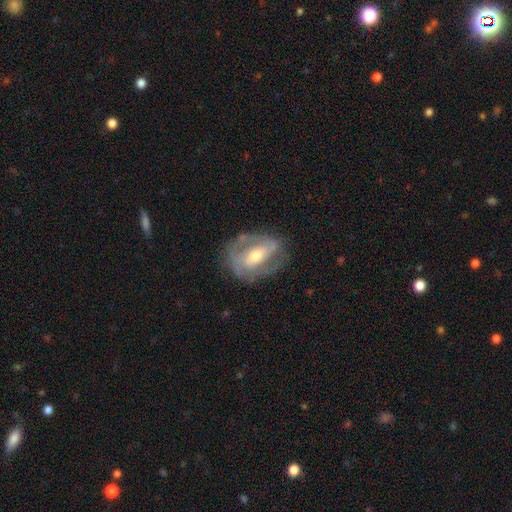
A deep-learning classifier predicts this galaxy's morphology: This is likely a featured or disk galaxy (79%). It is clearly not viewed edge-on (95%). Bar: marginally strong (40%). Spiral arm pattern: likely yes (80%). Spiral arm count: likely 2 (65%). Spiral winding: marginally tight (43%). Central bulge: likely moderate (65%). Merging: likely none (68%).